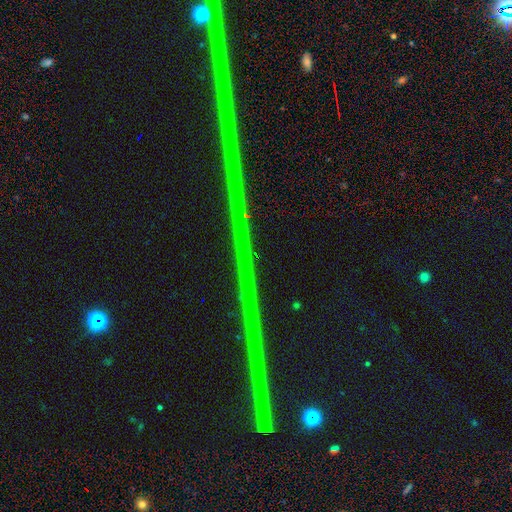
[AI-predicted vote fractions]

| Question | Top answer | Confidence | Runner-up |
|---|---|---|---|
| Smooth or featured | star or artifact | 85% | featured or disk (11%) |